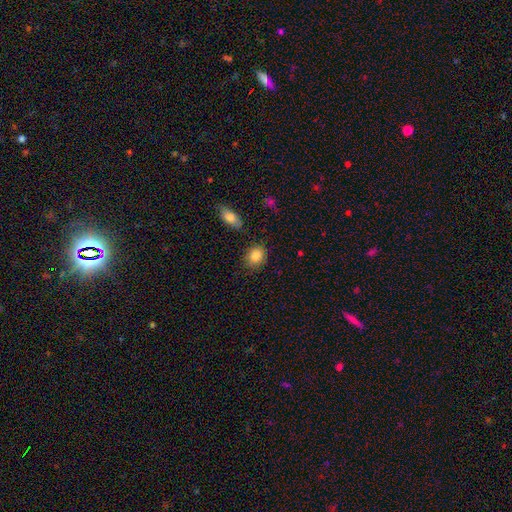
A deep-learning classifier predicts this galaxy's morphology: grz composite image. It shows a smooth galaxy with no disk features (86%) that is round (54%). Merging: none (83%).